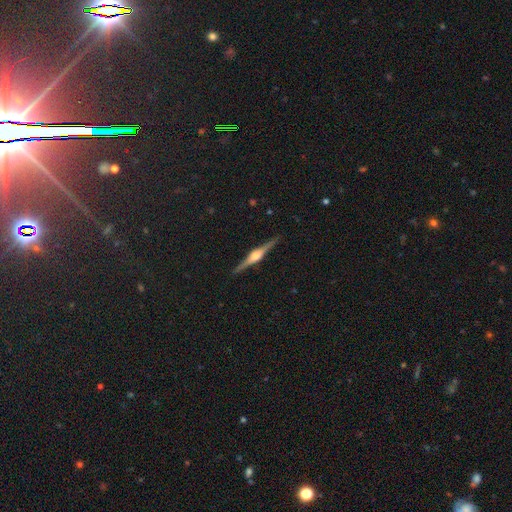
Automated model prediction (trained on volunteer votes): A featured or disk galaxy (86%) viewed edge-on (99%) with a rounded central bulge (90%). Merging: none (92%).